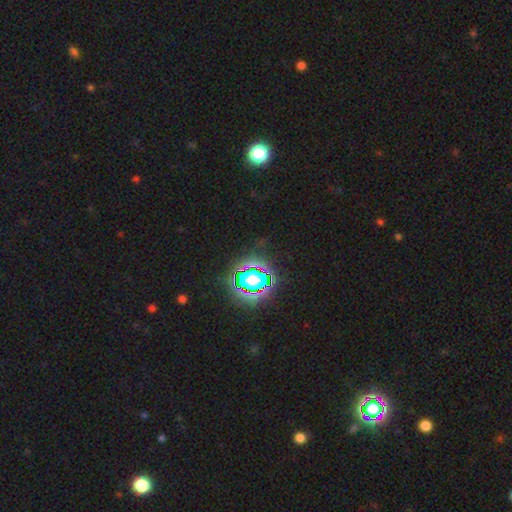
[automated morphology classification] A star or artifact, not a galaxy (82%).